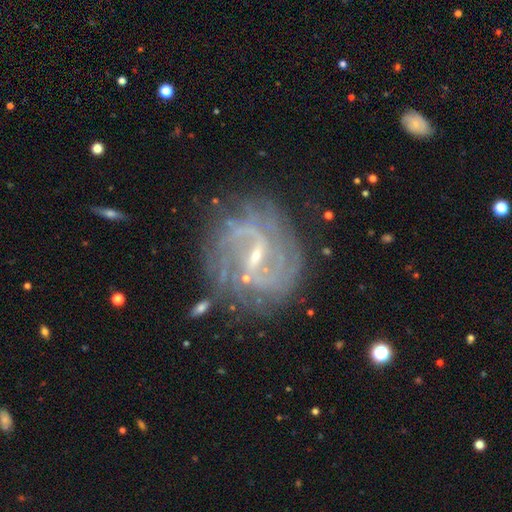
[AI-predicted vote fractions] Smooth or featured? featured or disk (87%)
Edge-on disk? no (97%)
Bar? weak (50%)
Spiral arms? yes (95%)
Spiral winding? tight (45%)
Spiral arm count? 2 (49%)
Bulge size? small (72%)
Merging? none (74%)